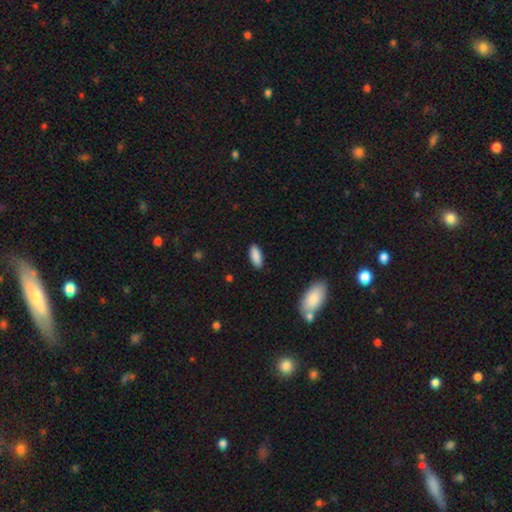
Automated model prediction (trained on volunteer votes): The model was most divided on "how rounded": in between: 81%, cigar-shaped: 17%, round: 2%. More confident: smooth or featured — smooth (88%); merging — none (87%).